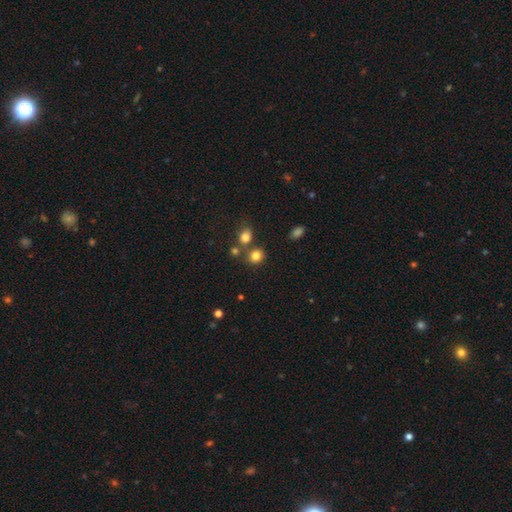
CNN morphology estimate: Smooth or featured? Predicted: smooth (p=0.81). How rounded? Predicted: round (p=0.76). Merging? Predicted: none (p=0.68).